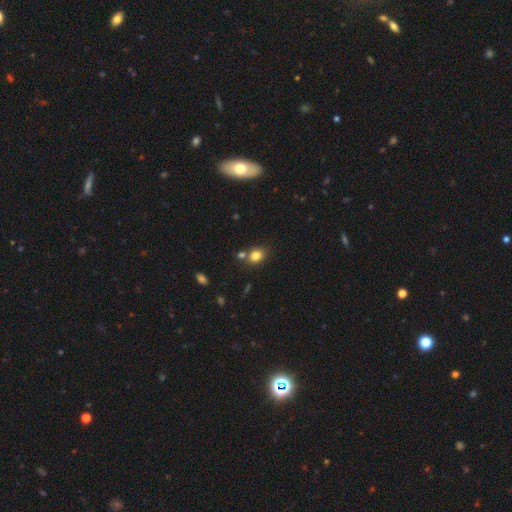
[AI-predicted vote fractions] smooth_or_featured: smooth (p=0.81) [alt: star or artifact p=0.12]
how_rounded: in between (p=0.51) [alt: round p=0.47]
merging: none (p=0.66) [alt: merger p=0.18]